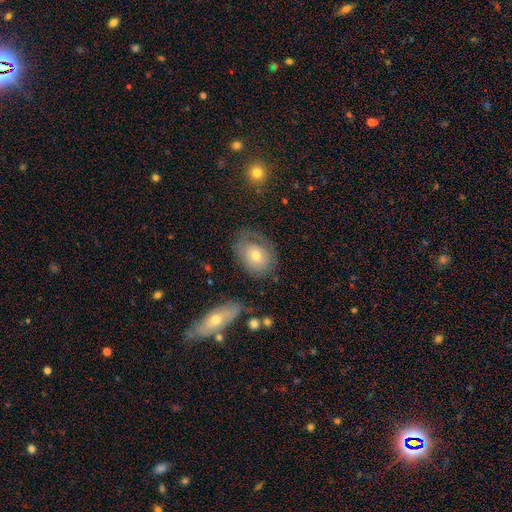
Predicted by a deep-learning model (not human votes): smooth_or_featured: smooth (p=0.58) [alt: featured or disk p=0.33]
how_rounded: in between (p=0.63) [alt: round p=0.36]
merging: none (p=0.54) [alt: minor disturbance p=0.25]